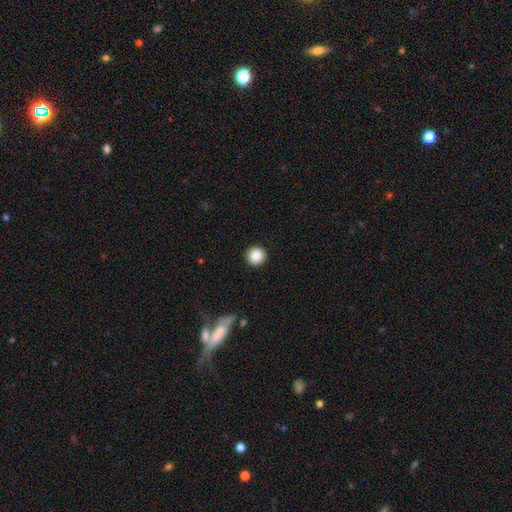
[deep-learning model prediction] A smooth galaxy with no disk features (86%) that is round (96%).

Vote fractions:
- Smooth or featured? smooth: 86% / star or artifact: 9% / featured or disk: 5%
- How rounded? round: 96% / in between: 3% / cigar-shaped: 1%
- Merging? none: 93% / minor disturbance: 4% / major disturbance: 2% / merger: 1%